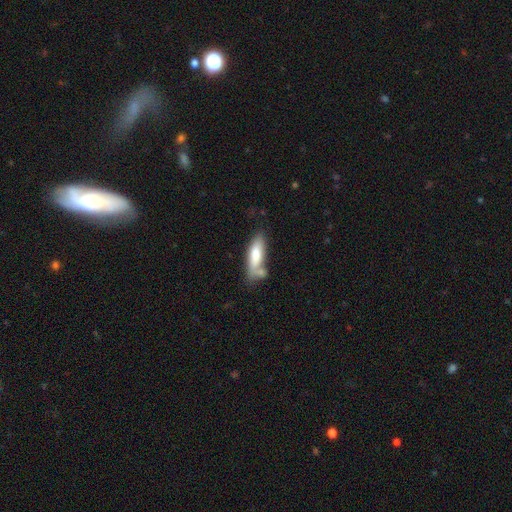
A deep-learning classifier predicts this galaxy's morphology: This is likely a smooth galaxy (74%). How rounded: possibly in between (56%). Merging: marginally none (44%).